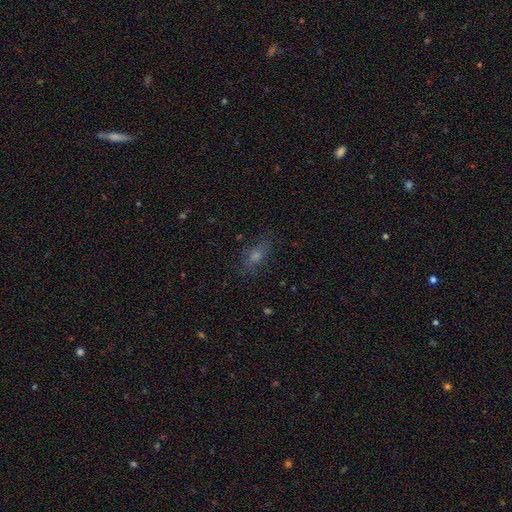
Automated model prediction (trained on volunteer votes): Smooth or featured: smooth — 56% (star or artifact — 22%)
How rounded: in between — 69% (cigar-shaped — 17%)
Merging: none — 73% (minor disturbance — 18%)